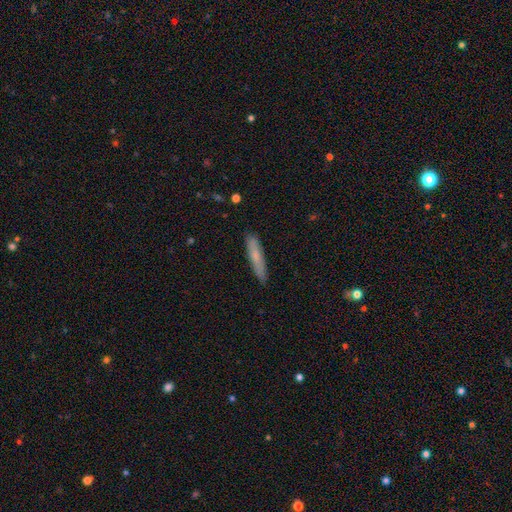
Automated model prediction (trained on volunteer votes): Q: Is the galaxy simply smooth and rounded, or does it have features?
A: smooth — 71%.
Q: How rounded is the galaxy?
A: cigar-shaped — 91%.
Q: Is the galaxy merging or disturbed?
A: none — 87%.